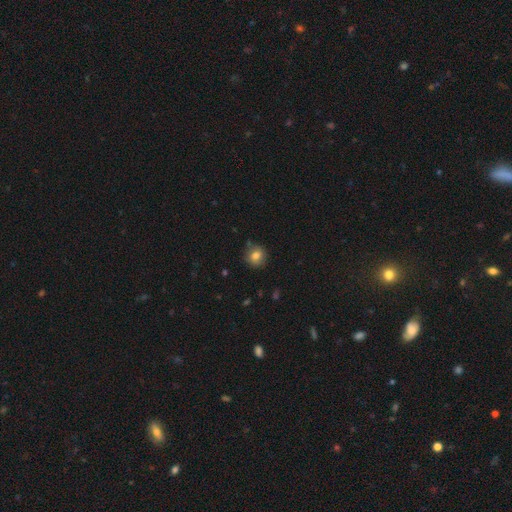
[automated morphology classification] Q: Smooth or featured?
A: smooth (81%); runner-up: star or artifact (11%)
Q: How rounded?
A: round (89%); runner-up: in between (10%)
Q: Merging?
A: none (85%); runner-up: minor disturbance (11%)